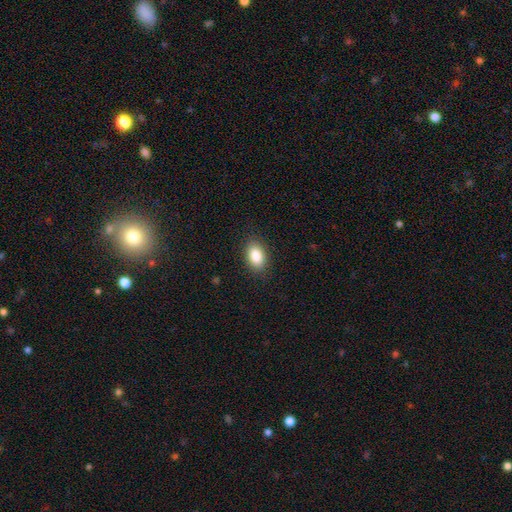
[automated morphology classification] This appears to be a smooth galaxy with no disk features (88%) that is in between round and cigar-shaped (90%). Merging: none (87%).